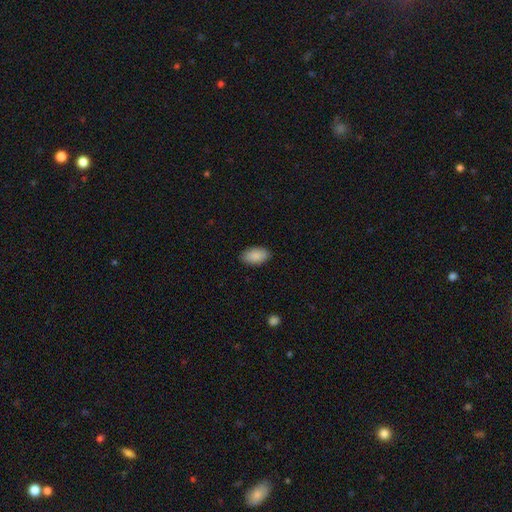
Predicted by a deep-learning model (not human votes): Smooth or featured? smooth (90%)
How rounded? in between (95%)
Merging? none (89%)